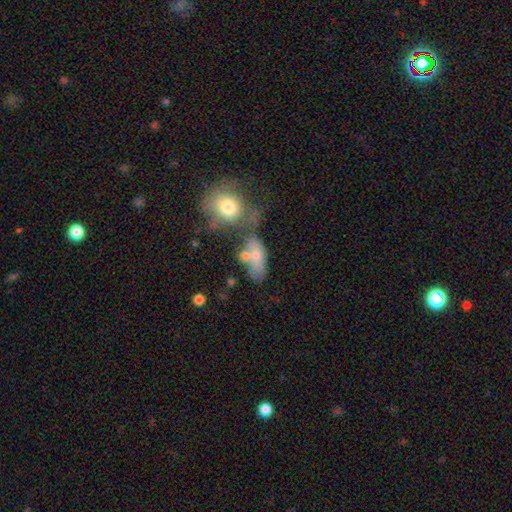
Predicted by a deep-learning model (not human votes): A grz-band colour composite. It shows a smooth galaxy with no disk features (67%) that is in between round and cigar-shaped (77%). Merging: merger (41%).